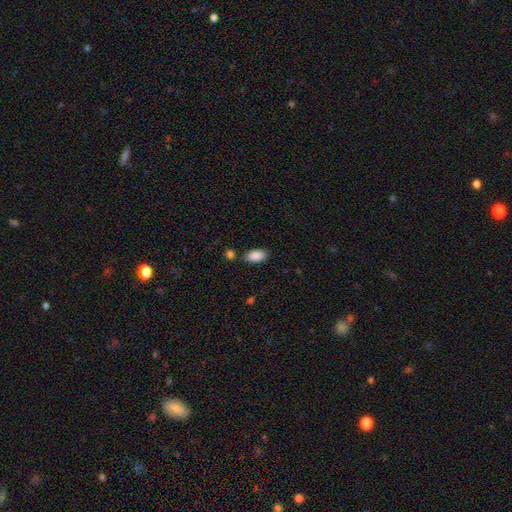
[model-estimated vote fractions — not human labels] Q: Smooth or featured?
A: smooth (89%); runner-up: star or artifact (7%)
Q: How rounded?
A: in between (94%); runner-up: cigar-shaped (4%)
Q: Merging?
A: none (78%); runner-up: minor disturbance (13%)